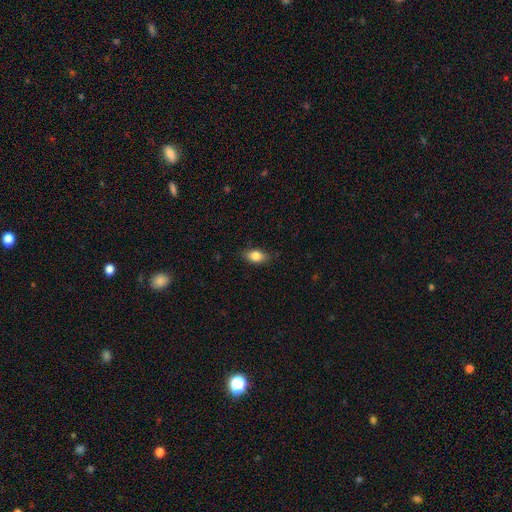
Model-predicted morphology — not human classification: smooth 84%, featured or disk 8%, star or artifact 8%. Down the decision tree: how rounded — in between (86%); merging — none (84%).